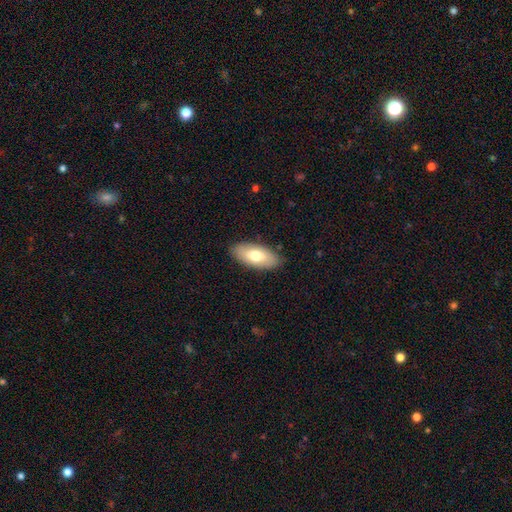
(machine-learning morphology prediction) smooth 71%, featured or disk 23%, star or artifact 6%. Down the decision tree: how rounded — in between (89%); merging — none (86%).